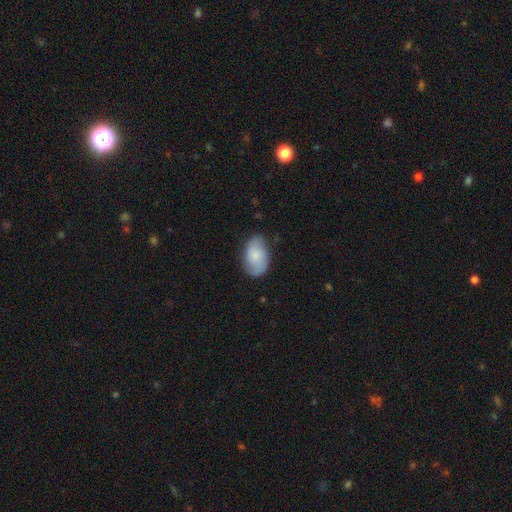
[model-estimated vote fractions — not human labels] This is likely a smooth galaxy (69%). How rounded: clearly in between (91%). Merging: likely none (71%).